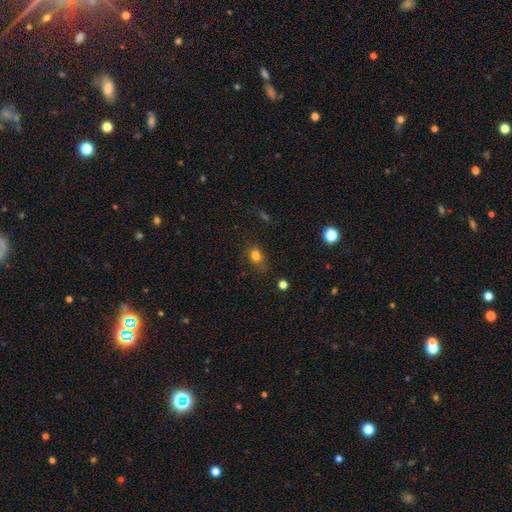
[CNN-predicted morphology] This appears to be a smooth galaxy with no disk features (77%) that is in between round and cigar-shaped (62%). Merging: none (59%).